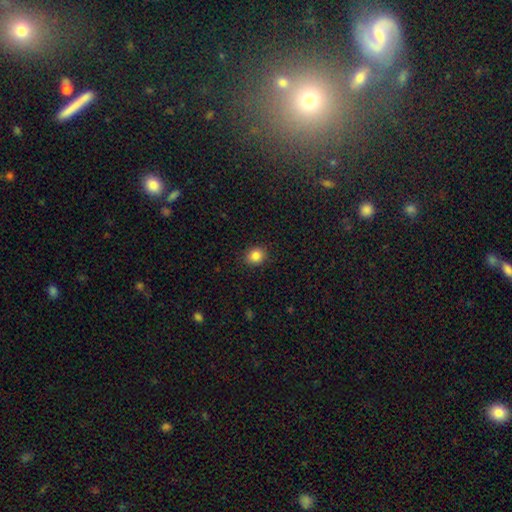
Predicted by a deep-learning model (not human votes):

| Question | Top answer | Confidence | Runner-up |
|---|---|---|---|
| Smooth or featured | smooth | 85% | star or artifact (11%) |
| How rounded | round | 71% | in between (28%) |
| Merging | none | 88% | minor disturbance (8%) |